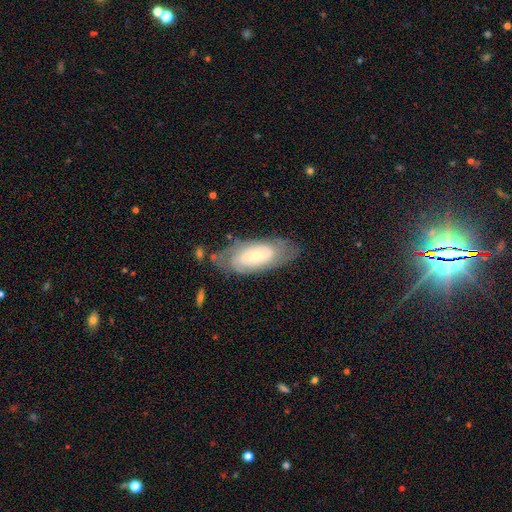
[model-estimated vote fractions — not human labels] Smooth or featured: featured or disk — 74% (smooth — 20%)
Edge-on disk: no — 91% (yes — 9%)
Bar: weak — 47% (no — 28%)
Spiral arms: yes — 89% (no — 11%)
Spiral winding: tight — 55% (medium — 35%)
Spiral arm count: 2 — 54% (can't tell — 31%)
Bulge size: small — 63% (moderate — 29%)
Merging: none — 70% (minor disturbance — 20%)